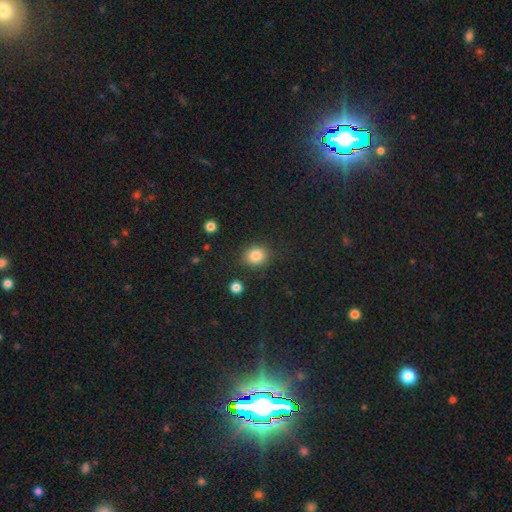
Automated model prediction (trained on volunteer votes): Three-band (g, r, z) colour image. It shows a smooth galaxy with no disk features (84%) that is round (70%). Merging: none (84%).